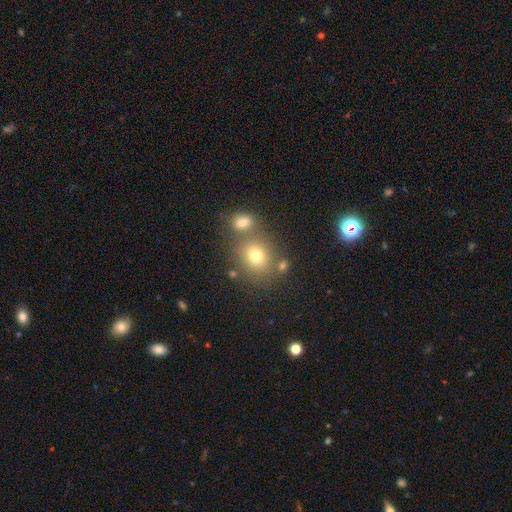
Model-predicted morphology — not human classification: A smooth galaxy with no disk features (74%) that is round (70%).

Vote fractions:
- Smooth or featured? smooth: 74% / star or artifact: 14% / featured or disk: 12%
- How rounded? round: 70% / in between: 29% / cigar-shaped: 1%
- Merging? none: 60% / merger: 26% / minor disturbance: 10% / major disturbance: 4%